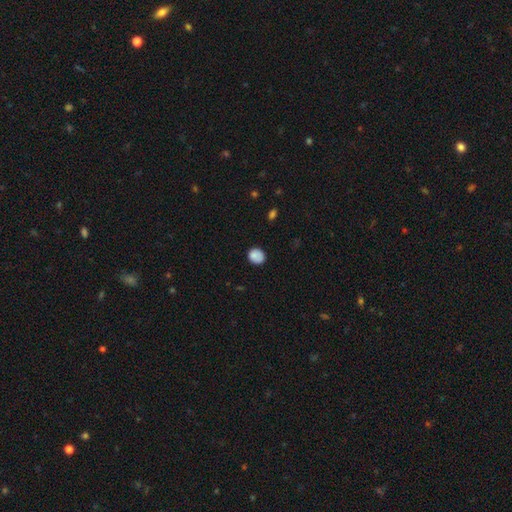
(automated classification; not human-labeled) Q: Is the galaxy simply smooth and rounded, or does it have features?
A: smooth — 84%.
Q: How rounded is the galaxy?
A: round — 70%.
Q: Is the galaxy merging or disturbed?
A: none — 77%.